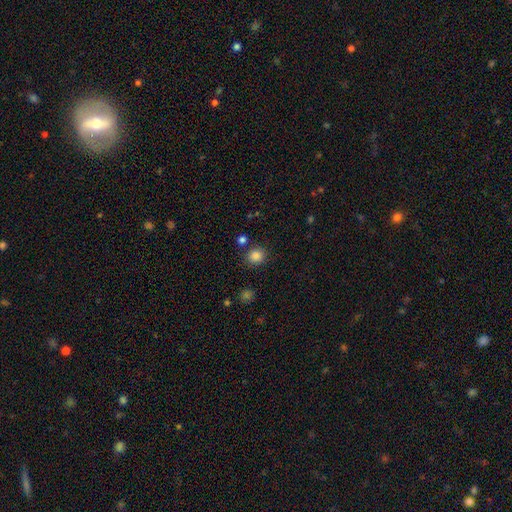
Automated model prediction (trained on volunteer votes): The model was most divided on "smooth or featured": smooth: 85%, star or artifact: 11%, featured or disk: 3%. More confident: how rounded — round (87%); merging — none (84%).